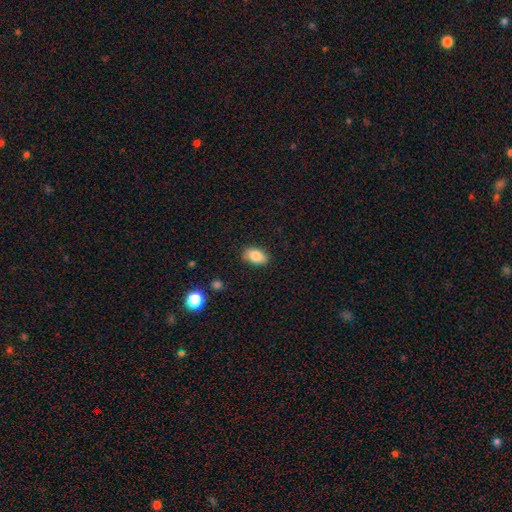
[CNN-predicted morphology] A smooth galaxy with no disk features (84%) that is in between round and cigar-shaped (90%).

Vote fractions:
- Smooth or featured? smooth: 84% / featured or disk: 9% / star or artifact: 8%
- How rounded? in between: 90% / round: 8% / cigar-shaped: 2%
- Merging? none: 85% / minor disturbance: 12% / major disturbance: 2% / merger: 1%